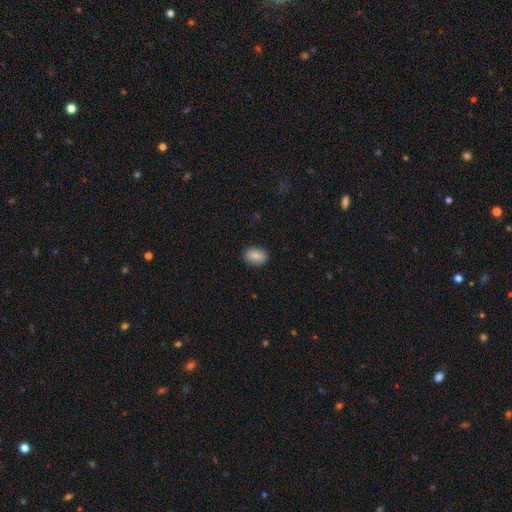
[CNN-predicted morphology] Smooth or featured? Predicted: smooth (p=0.83). How rounded? Predicted: in between (p=0.78). Merging? Predicted: none (p=0.87).